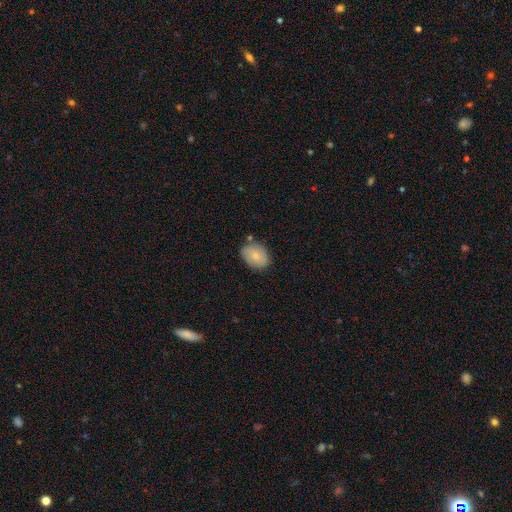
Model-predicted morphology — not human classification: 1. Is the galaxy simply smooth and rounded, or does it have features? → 79% smooth, 14% featured or disk, 7% star or artifact.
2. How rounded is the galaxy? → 72% in between, 27% round, 1% cigar-shaped.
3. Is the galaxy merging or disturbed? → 77% none, 16% minor disturbance, 4% merger, 3% major disturbance.